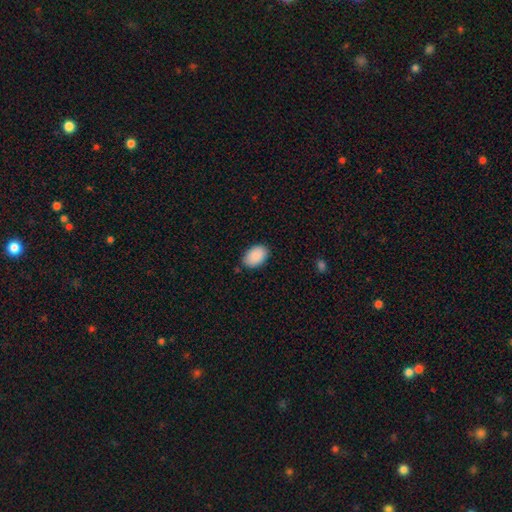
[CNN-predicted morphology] Overall: smooth (90%). How rounded: in between (90%). Merging: none (81%).